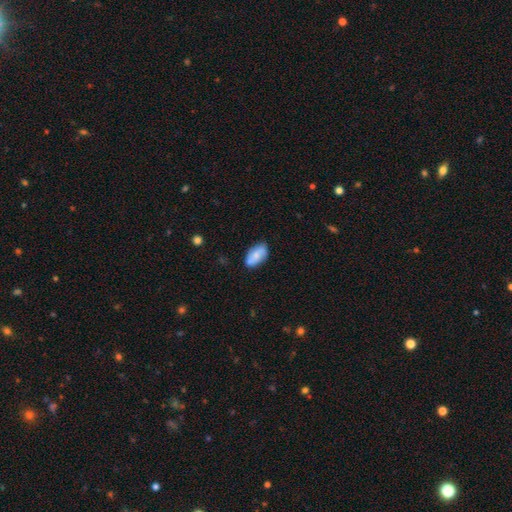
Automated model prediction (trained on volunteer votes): Morphology: type=smooth (67%); roundness=in between (93%); merging=none (76%).